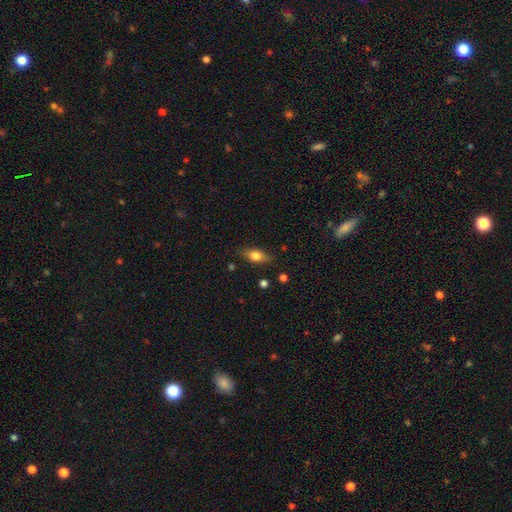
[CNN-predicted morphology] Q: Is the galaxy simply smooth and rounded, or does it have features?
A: smooth — 74%.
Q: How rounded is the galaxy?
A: in between — 80%.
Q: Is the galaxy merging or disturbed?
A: none — 81%.